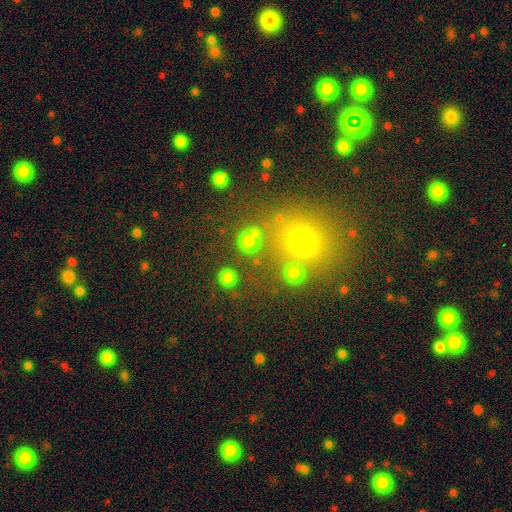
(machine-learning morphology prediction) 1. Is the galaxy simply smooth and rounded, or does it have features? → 53% smooth, 37% star or artifact, 10% featured or disk.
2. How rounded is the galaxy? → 83% round, 16% in between, 1% cigar-shaped.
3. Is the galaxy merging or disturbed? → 74% none, 12% merger, 9% minor disturbance, 4% major disturbance.